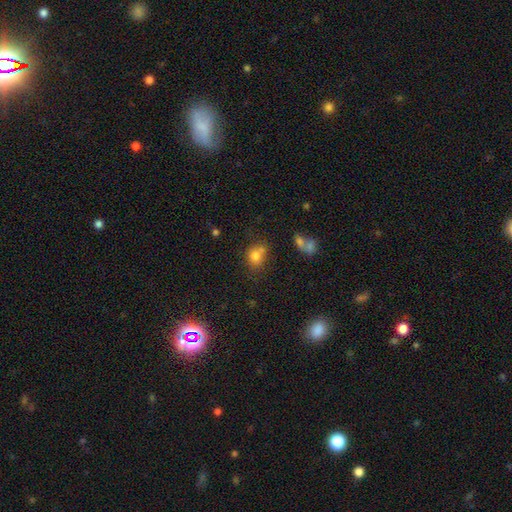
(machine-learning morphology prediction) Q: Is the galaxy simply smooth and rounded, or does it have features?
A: smooth — 77%.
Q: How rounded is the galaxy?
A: round — 63%.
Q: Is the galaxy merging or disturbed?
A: none — 50%.